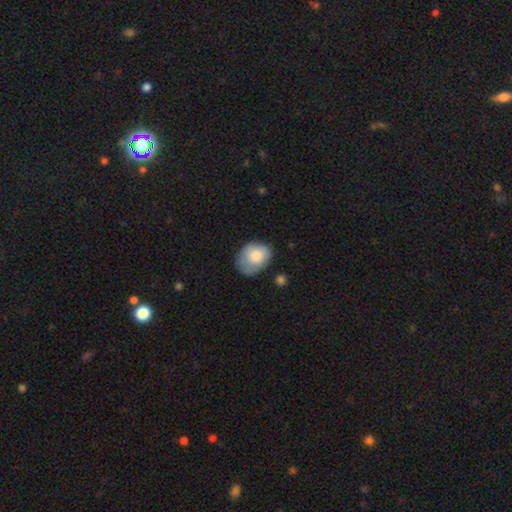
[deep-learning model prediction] Smooth or featured? smooth (77%)
How rounded? in between (61%)
Merging? none (53%)